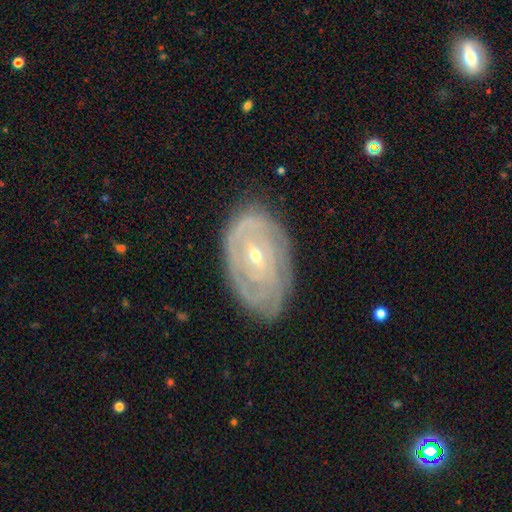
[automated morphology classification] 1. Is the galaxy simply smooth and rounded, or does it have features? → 84% featured or disk, 11% smooth, 6% star or artifact.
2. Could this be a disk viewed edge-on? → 95% no, 5% yes.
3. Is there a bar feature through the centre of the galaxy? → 45% weak, 37% no, 19% strong.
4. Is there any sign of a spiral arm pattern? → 90% yes, 10% no.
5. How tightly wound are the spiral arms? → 77% tight, 18% medium, 5% loose.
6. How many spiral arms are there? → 43% can't tell, 26% 2, 14% 3, 8% 4, 5% 1, 5% more than 4.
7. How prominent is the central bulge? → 69% small, 28% moderate, 1% large, 1% none, 1% dominant.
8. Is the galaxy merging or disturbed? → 73% none, 19% minor disturbance, 6% major disturbance, 1% merger.